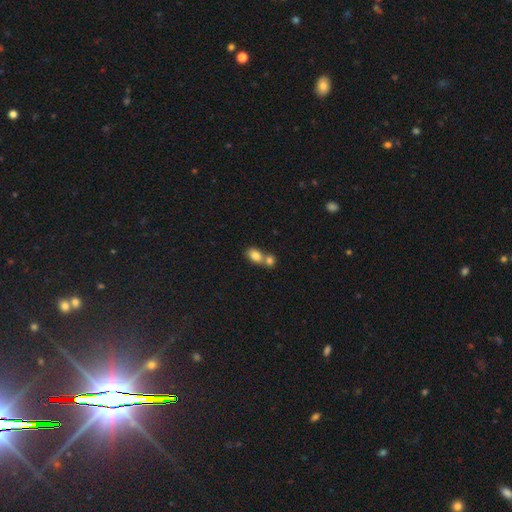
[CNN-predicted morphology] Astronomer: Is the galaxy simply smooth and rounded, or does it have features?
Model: smooth — 81%.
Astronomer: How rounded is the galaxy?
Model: in between — 74%.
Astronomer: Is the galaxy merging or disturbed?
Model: merger — 59%.